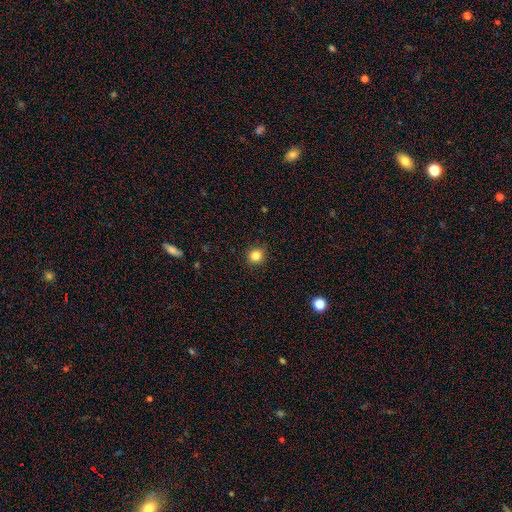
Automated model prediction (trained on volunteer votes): Q: Smooth or featured?
A: smooth (84%); runner-up: star or artifact (12%)
Q: How rounded?
A: round (91%); runner-up: in between (8%)
Q: Merging?
A: none (90%); runner-up: minor disturbance (7%)